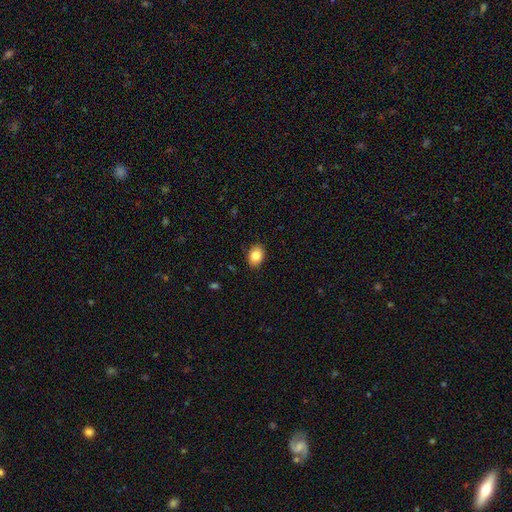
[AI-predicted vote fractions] Morphology: type=smooth (84%); roundness=in between (69%); merging=none (87%).